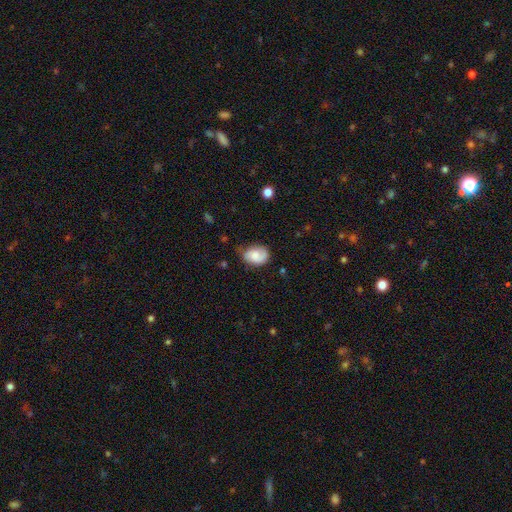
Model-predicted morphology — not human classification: The model was most divided on "merging": none: 55%, minor disturbance: 33%, major disturbance: 10%, merger: 2%. More confident: how rounded — in between (69%); smooth or featured — smooth (66%).